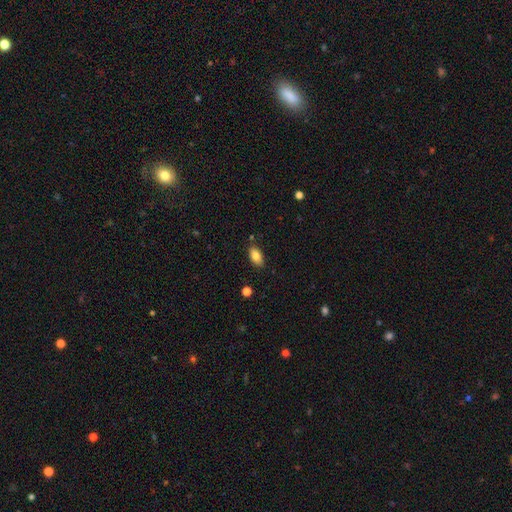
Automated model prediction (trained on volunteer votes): Smooth or featured: smooth — 82% (featured or disk — 10%)
How rounded: in between — 91% (round — 5%)
Merging: none — 85% (minor disturbance — 11%)